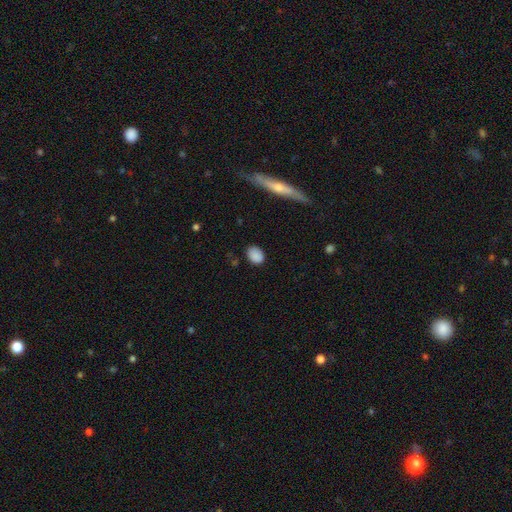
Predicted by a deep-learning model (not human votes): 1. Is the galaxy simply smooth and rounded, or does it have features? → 86% smooth, 9% star or artifact, 5% featured or disk.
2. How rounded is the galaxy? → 59% in between, 39% round, 2% cigar-shaped.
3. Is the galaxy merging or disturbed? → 81% none, 14% minor disturbance, 3% major disturbance, 2% merger.